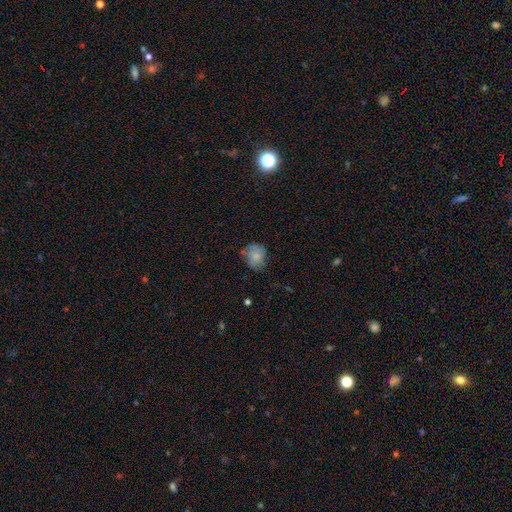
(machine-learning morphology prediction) Overall: smooth (73%). How rounded: round (65%; in between 34%). Merging: none (59%; minor disturbance 29%).